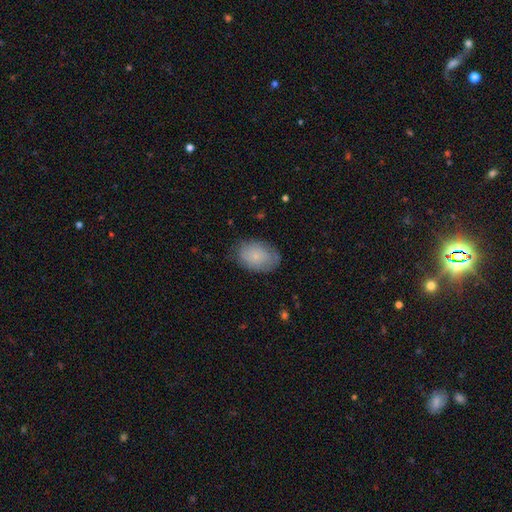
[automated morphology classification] smooth-or-featured: smooth: 75% | featured or disk: 18% | star or artifact: 7%
  how-rounded: in between: 85% | round: 14% | cigar-shaped: 1%
  merging: none: 73% | minor disturbance: 21% | major disturbance: 5% | merger: 1%